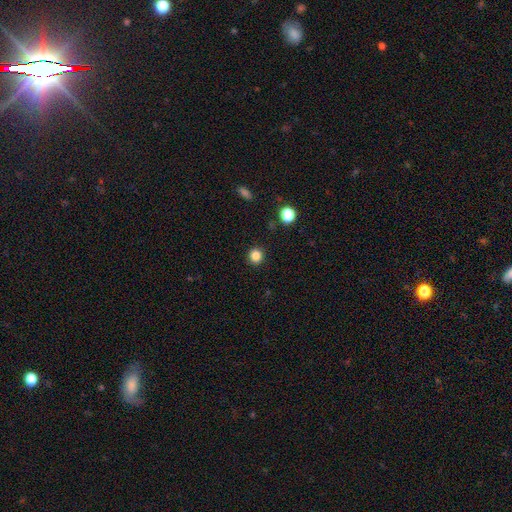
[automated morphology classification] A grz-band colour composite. It shows a smooth galaxy with no disk features (84%) that is round (92%). Merging: none (92%).